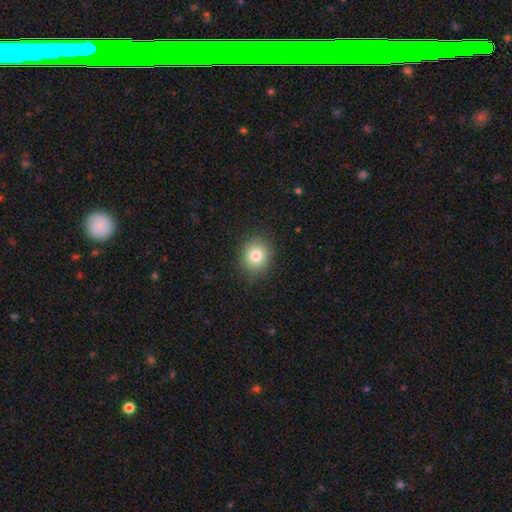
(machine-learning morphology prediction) Smooth or featured: smooth — 81% (star or artifact — 11%)
How rounded: round — 79% (in between — 20%)
Merging: none — 88% (minor disturbance — 8%)